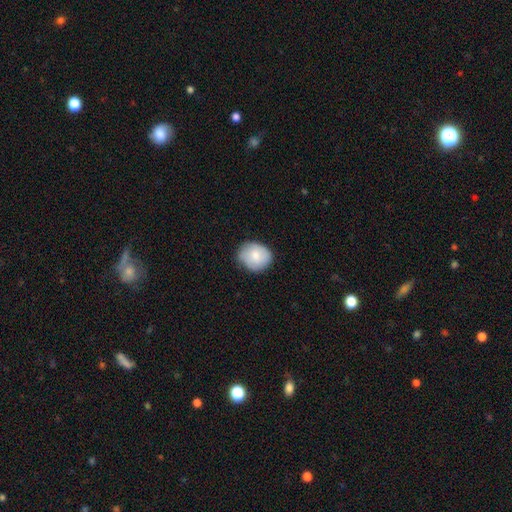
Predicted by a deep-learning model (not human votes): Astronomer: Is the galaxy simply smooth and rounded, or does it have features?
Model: smooth — 79%.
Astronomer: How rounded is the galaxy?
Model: round — 61% (runner-up: in between, 39%).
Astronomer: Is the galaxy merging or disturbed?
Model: none — 73%.